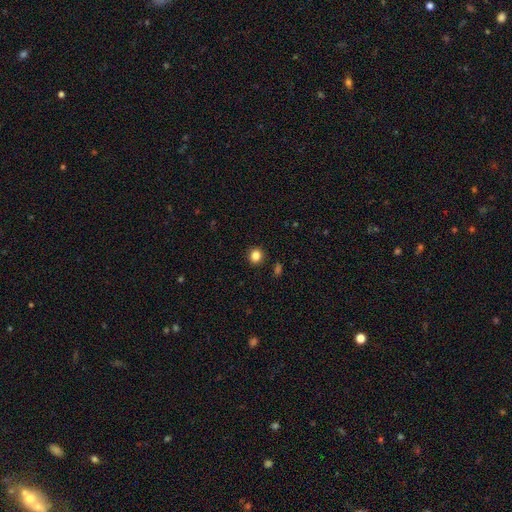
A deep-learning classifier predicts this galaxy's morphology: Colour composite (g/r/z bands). It shows a smooth galaxy with no disk features (85%) that is round (81%). Merging: none (90%).